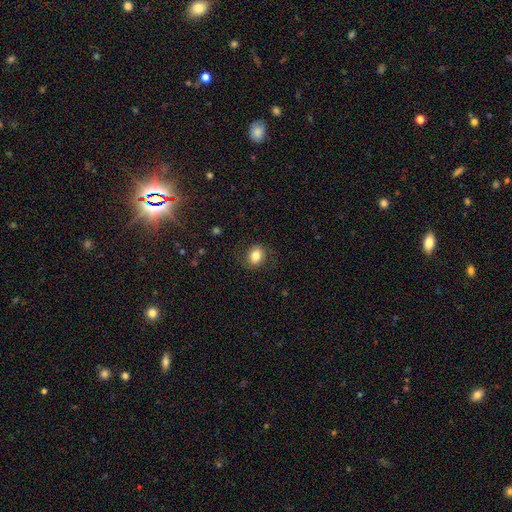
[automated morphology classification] smooth 77%, featured or disk 14%, star or artifact 9%. Down the decision tree: how rounded — round (51%); merging — none (78%).